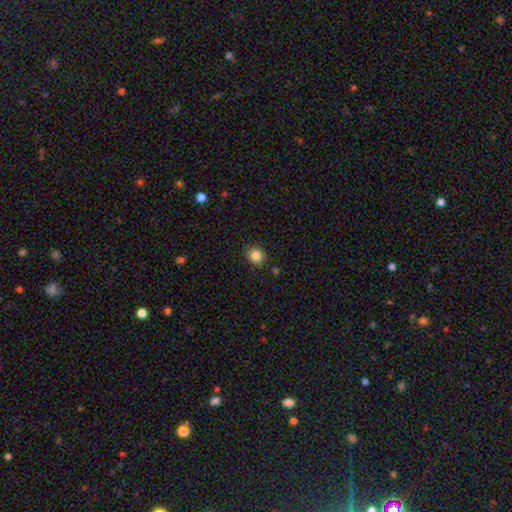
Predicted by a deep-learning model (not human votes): Smooth or featured? Predicted: smooth (p=0.85). How rounded? Predicted: round (p=0.79). Merging? Predicted: none (p=0.87).